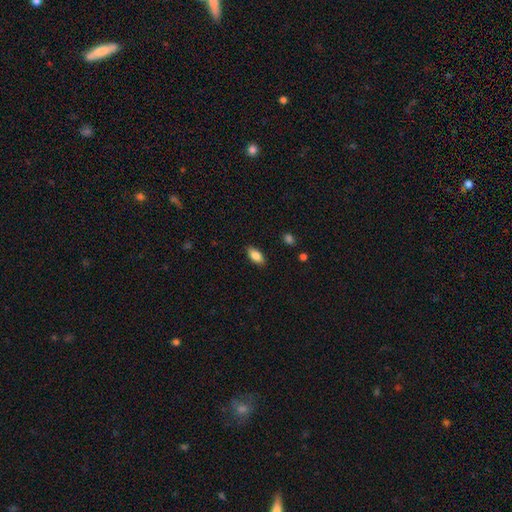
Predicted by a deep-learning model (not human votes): This is clearly a smooth galaxy (83%). How rounded: clearly in between (89%). Merging: clearly none (87%).